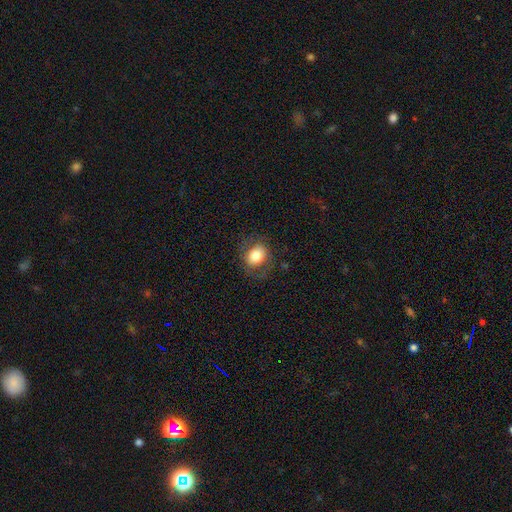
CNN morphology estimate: smooth_or_featured: smooth (p=0.79) [alt: featured or disk p=0.13]
how_rounded: round (p=0.54) [alt: in between p=0.45]
merging: none (p=0.73) [alt: minor disturbance p=0.17]